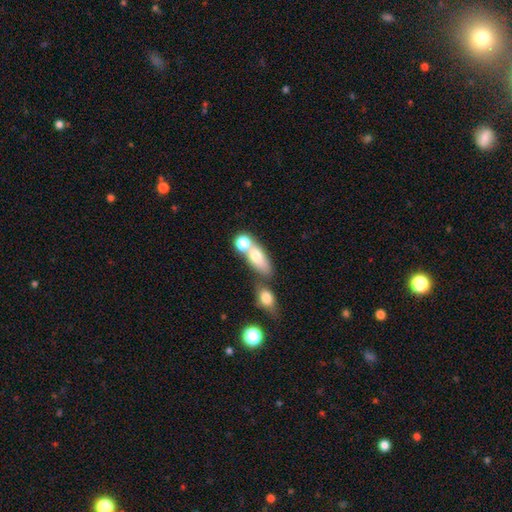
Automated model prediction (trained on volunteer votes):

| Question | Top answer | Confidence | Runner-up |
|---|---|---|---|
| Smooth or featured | smooth | 70% | featured or disk (20%) |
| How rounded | in between | 64% | round (20%) |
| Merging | merger | 49% | none (36%) |